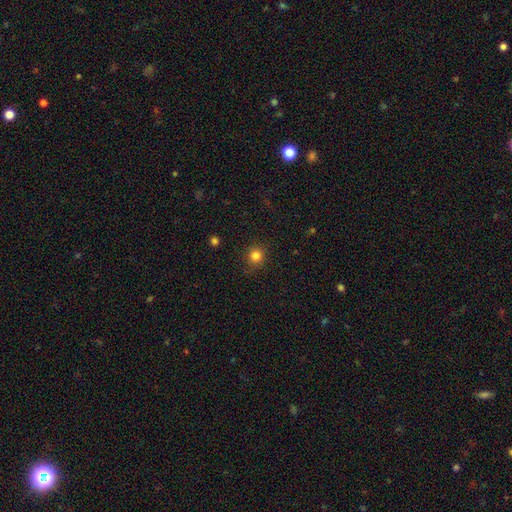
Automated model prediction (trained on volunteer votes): The model was most divided on "smooth or featured": smooth: 83%, star or artifact: 13%, featured or disk: 4%. More confident: how rounded — round (92%); merging — none (88%).